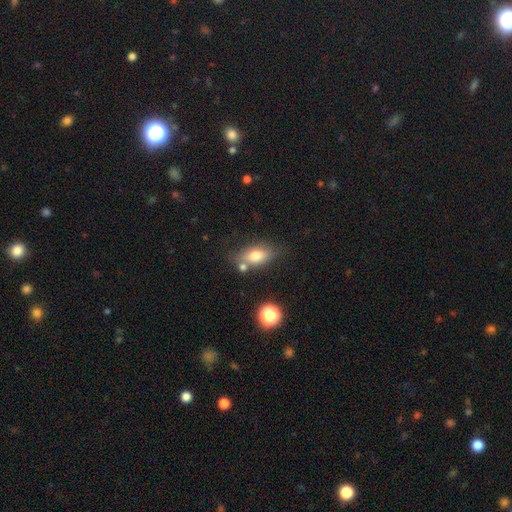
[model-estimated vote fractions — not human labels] smooth 74%, featured or disk 17%, star or artifact 10%. Down the decision tree: how rounded — in between (82%); merging — none (64%).